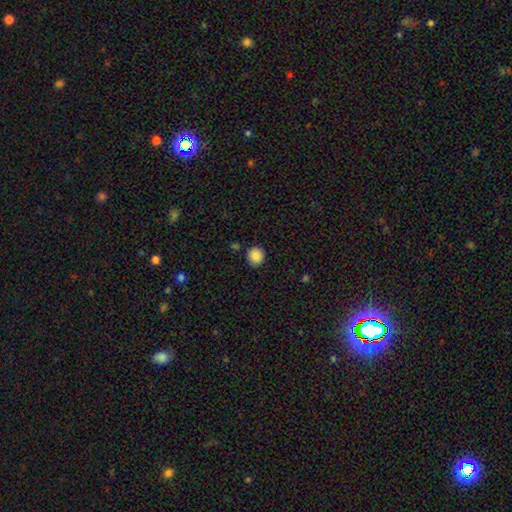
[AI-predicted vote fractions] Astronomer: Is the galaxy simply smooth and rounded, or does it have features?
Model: smooth — 88%.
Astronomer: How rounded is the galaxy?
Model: round — 88%.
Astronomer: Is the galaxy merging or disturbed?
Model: none — 88%.